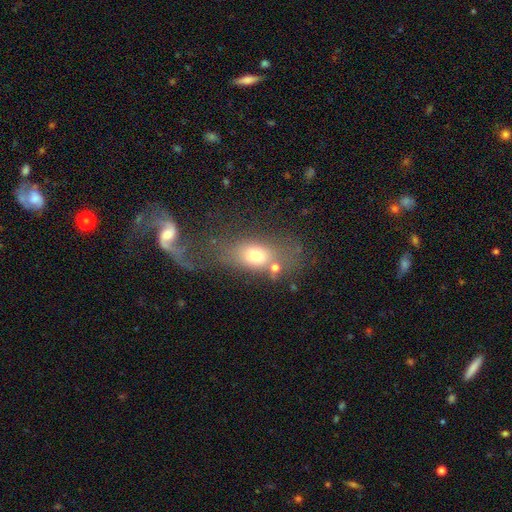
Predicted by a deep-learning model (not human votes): smooth_or_featured: smooth (p=0.66) [alt: featured or disk p=0.21]
how_rounded: in between (p=0.71) [alt: round p=0.22]
merging: none (p=0.39) [alt: merger p=0.23]